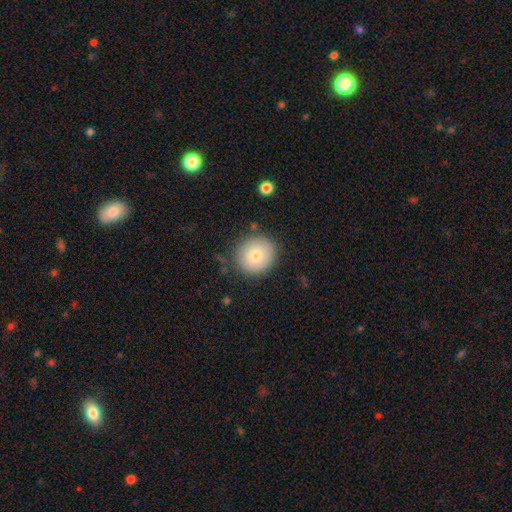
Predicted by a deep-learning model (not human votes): Overall: smooth (75%). How rounded: round (89%). Merging: none (85%).